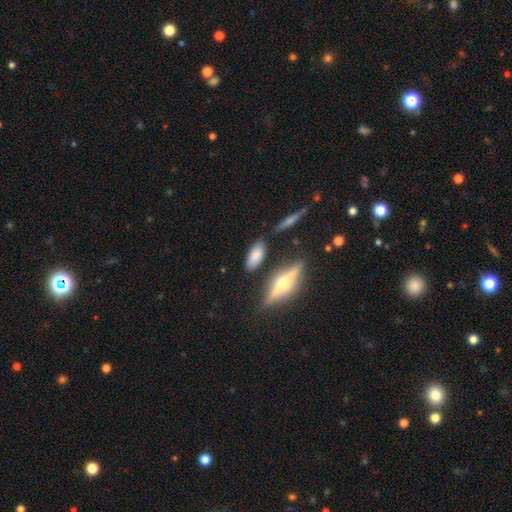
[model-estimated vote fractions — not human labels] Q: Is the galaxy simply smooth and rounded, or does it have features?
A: smooth — 73%.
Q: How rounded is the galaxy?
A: in between — 83%.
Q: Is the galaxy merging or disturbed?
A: none — 78%.